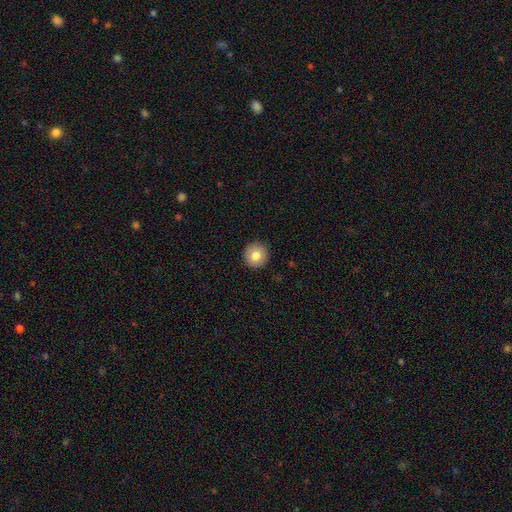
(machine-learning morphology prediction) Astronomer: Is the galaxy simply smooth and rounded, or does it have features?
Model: smooth — 81%.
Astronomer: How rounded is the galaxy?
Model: round — 95%.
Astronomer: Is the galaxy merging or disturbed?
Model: none — 92%.